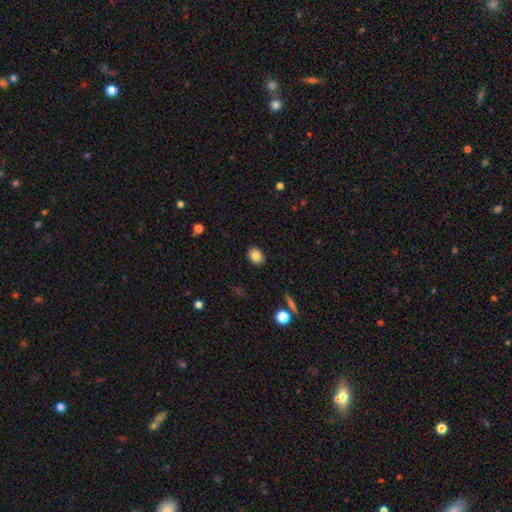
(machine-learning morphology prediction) Smooth or featured? smooth (85%)
How rounded? in between (60%)
Merging? none (88%)